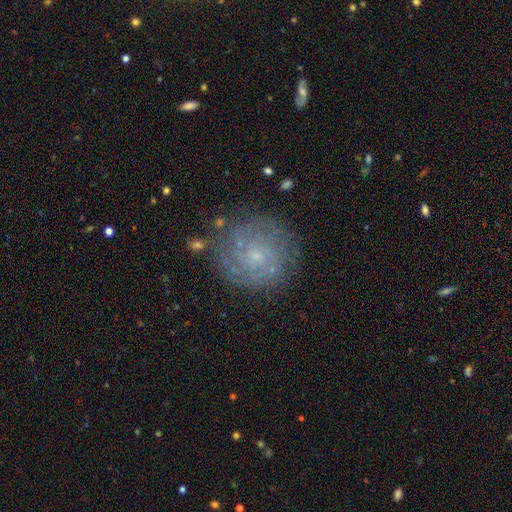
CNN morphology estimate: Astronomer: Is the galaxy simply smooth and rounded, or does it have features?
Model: featured or disk — 69%.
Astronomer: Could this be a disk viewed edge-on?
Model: no — 98%.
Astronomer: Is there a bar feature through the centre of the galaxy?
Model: no — 76%.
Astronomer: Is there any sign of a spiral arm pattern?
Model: yes — 88%.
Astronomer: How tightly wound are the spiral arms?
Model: tight — 68%.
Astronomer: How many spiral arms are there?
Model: can't tell — 43% (runner-up: 2, 23%).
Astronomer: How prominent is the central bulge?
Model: small — 78%.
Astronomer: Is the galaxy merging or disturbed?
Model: none — 79%.